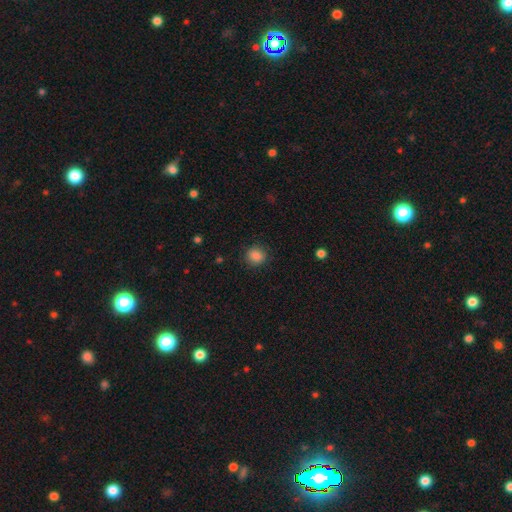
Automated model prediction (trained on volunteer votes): smooth-or-featured: smooth: 86% | star or artifact: 10% | featured or disk: 4%
  how-rounded: round: 84% | in between: 15% | cigar-shaped: 1%
  merging: none: 88% | minor disturbance: 8% | major disturbance: 3% | merger: 1%